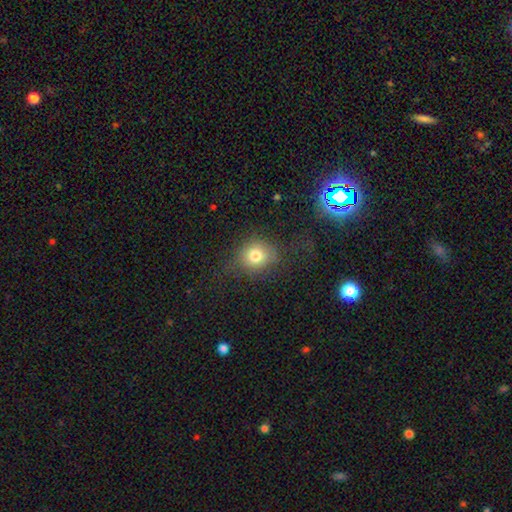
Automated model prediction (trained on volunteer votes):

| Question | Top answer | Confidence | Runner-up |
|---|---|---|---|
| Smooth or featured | smooth | 77% | star or artifact (13%) |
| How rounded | round | 76% | in between (23%) |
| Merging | none | 71% | minor disturbance (16%) |